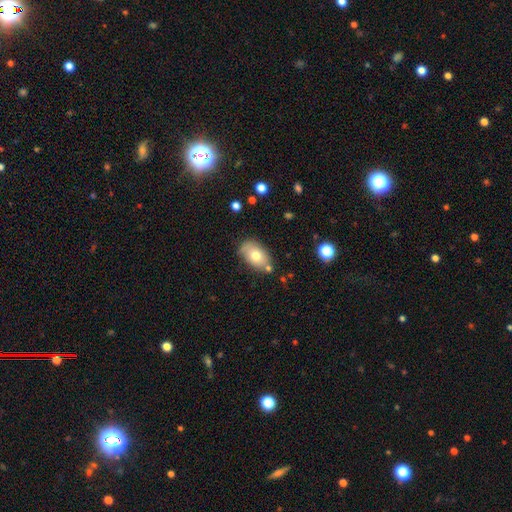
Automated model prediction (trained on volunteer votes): smooth-or-featured: smooth: 71% | featured or disk: 20% | star or artifact: 8%
  how-rounded: in between: 87% | round: 11% | cigar-shaped: 1%
  merging: none: 70% | minor disturbance: 19% | merger: 7% | major disturbance: 4%